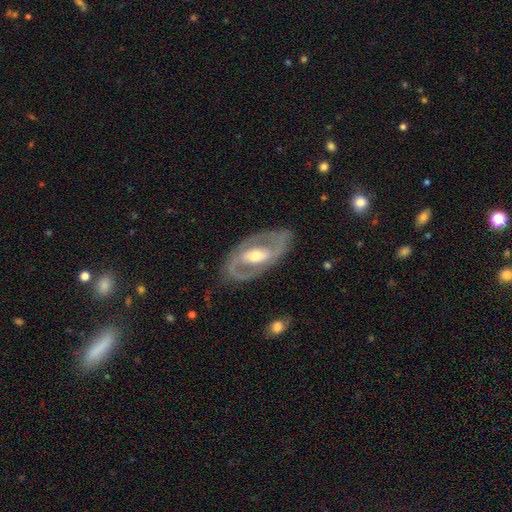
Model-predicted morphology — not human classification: Smooth or featured?
  - featured or disk: 87% *
  - smooth: 9%
  - star or artifact: 4%
Edge-on disk?
  - no: 95% *
  - yes: 5%
Bar?
  - strong: 38% *
  - weak: 37%
  - no: 24%
Spiral arms?
  - yes: 88% *
  - no: 12%
Spiral winding?
  - medium: 52% *
  - tight: 30%
  - loose: 18%
Spiral arm count?
  - 2: 89% *
  - can't tell: 4%
  - 1: 3%
  - 3: 1%
  - 4: 1%
  - more than 4: 1%
Bulge size?
  - moderate: 68% *
  - small: 24%
  - large: 6%
  - none: 1%
  - dominant: 1%
Merging?
  - none: 81% *
  - minor disturbance: 12%
  - major disturbance: 5%
  - merger: 1%